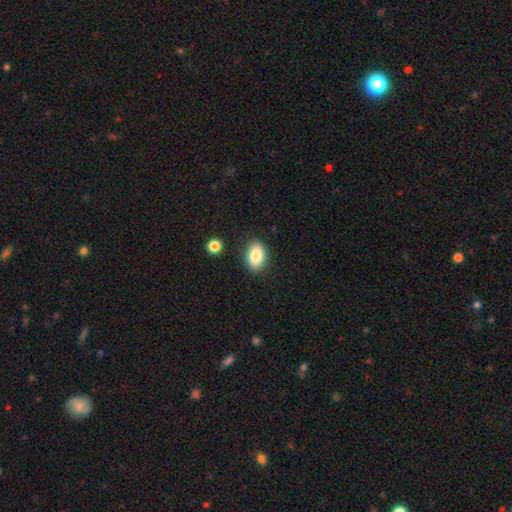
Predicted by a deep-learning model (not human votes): A smooth galaxy with no disk features (85%) that is in between round and cigar-shaped (85%).

Vote fractions:
- Smooth or featured? smooth: 85% / star or artifact: 8% / featured or disk: 7%
- How rounded? in between: 85% / round: 14% / cigar-shaped: 1%
- Merging? none: 86% / minor disturbance: 9% / major disturbance: 2% / merger: 2%